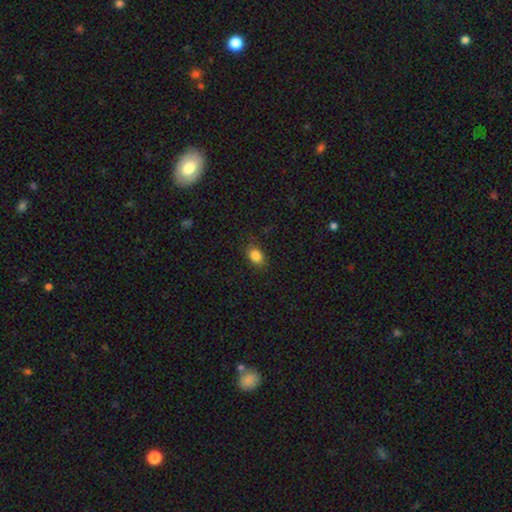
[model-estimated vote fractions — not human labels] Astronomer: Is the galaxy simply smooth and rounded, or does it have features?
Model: smooth — 85%.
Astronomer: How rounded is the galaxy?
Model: in between — 80%.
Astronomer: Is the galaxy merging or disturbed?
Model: none — 85%.